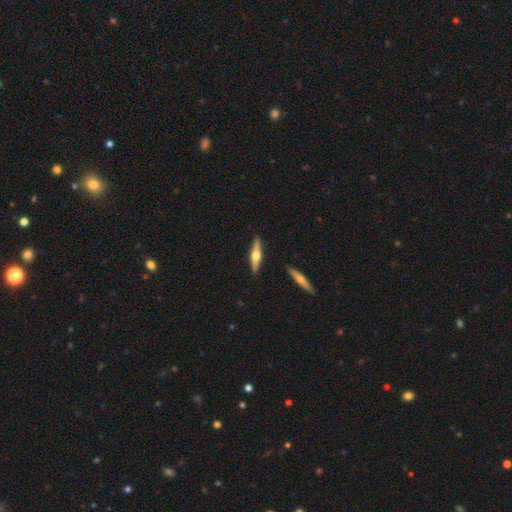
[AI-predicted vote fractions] This appears to be a featured or disk galaxy (64%) viewed edge-on (96%) with a rounded central bulge (95%). Merging: none (90%).